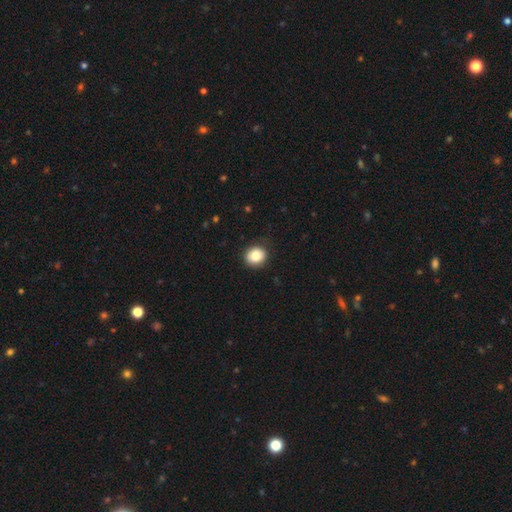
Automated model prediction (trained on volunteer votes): Overall: smooth (86%). How rounded: round (77%). Merging: none (86%).